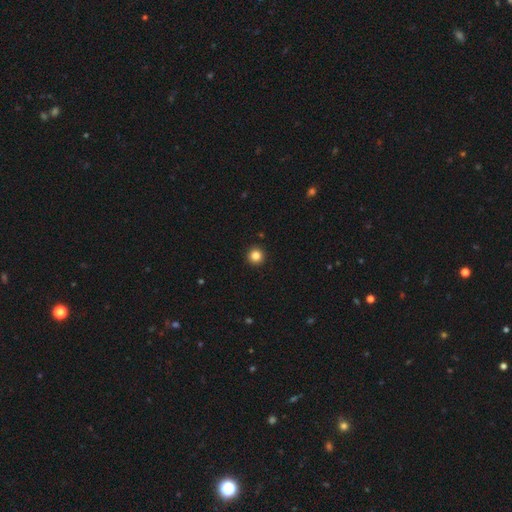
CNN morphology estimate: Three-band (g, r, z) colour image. It shows a smooth galaxy with no disk features (84%) that is round (96%). Merging: none (94%).